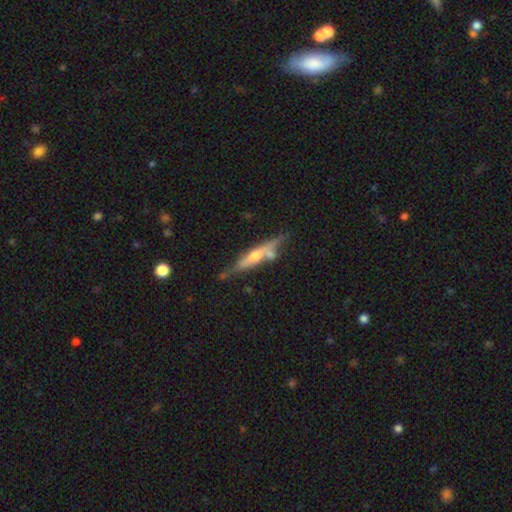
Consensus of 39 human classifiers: Smooth or featured?
  - featured or disk: 72% *
  - smooth: 18%
  - star or artifact: 10%
Edge-on disk?
  - yes: 96% *
  - no: 4%
Edge-on bulge?
  - rounded: 78% *
  - none: 15%
  - boxy: 7%
Merging?
  - none: 86% *
  - merger: 9%
  - minor disturbance: 6%
  - major disturbance: 0%